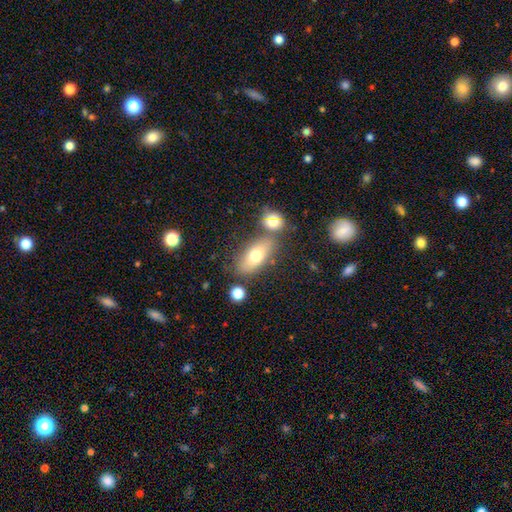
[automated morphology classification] This is likely a smooth galaxy (70%). How rounded: likely in between (80%). Merging: likely none (67%).